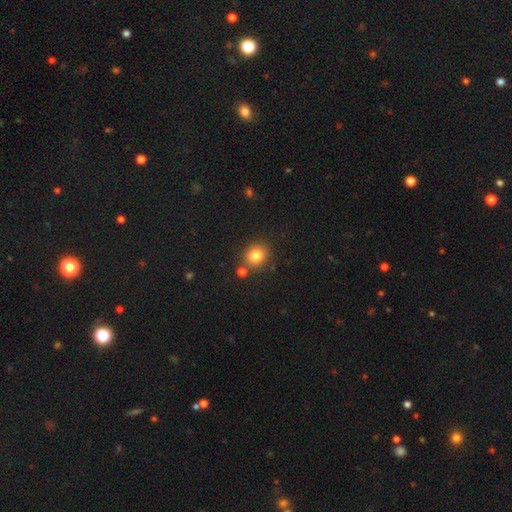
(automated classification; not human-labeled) A smooth galaxy with no disk features (82%) that is round (77%). Merging: none (79%).